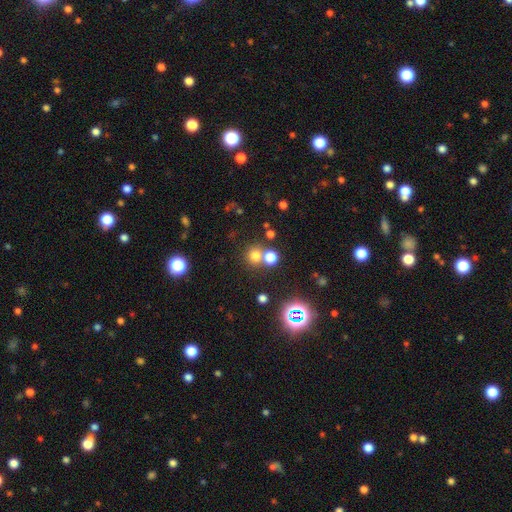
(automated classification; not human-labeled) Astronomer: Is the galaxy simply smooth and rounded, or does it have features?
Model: smooth — 68%.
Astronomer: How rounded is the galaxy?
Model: round — 90%.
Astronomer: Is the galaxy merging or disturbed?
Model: none — 63%.